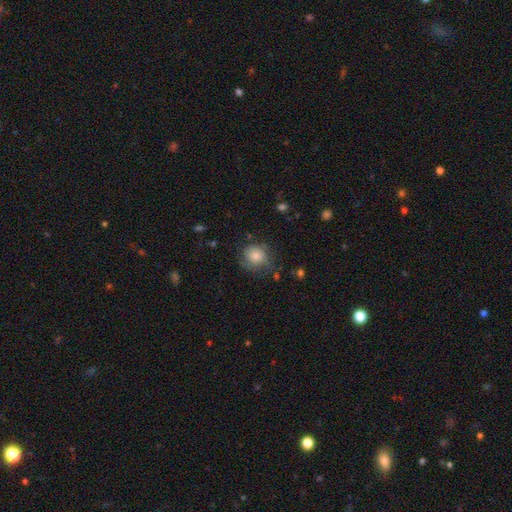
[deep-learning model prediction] Overall: smooth (74%). How rounded: round (81%). Merging: none (61%; minor disturbance 25%).